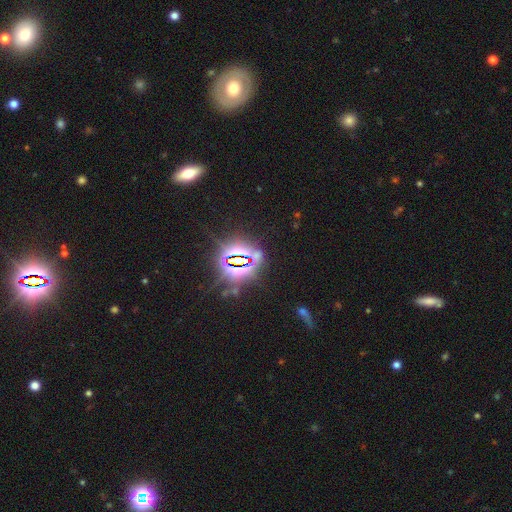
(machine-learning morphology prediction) Smooth or featured: star or artifact — 80% (smooth — 13%)